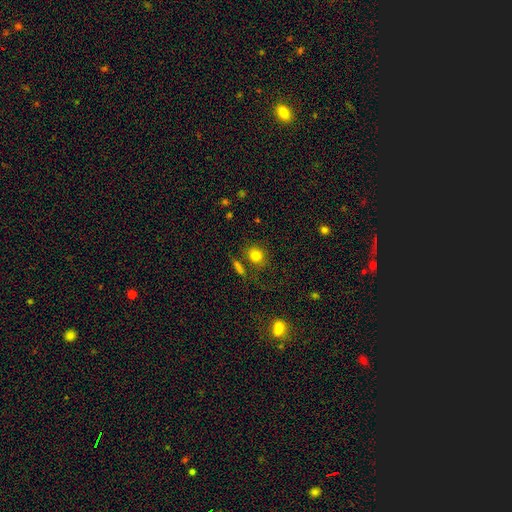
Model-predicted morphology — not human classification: Smooth or featured? smooth (81%)
How rounded? round (74%)
Merging? none (73%)